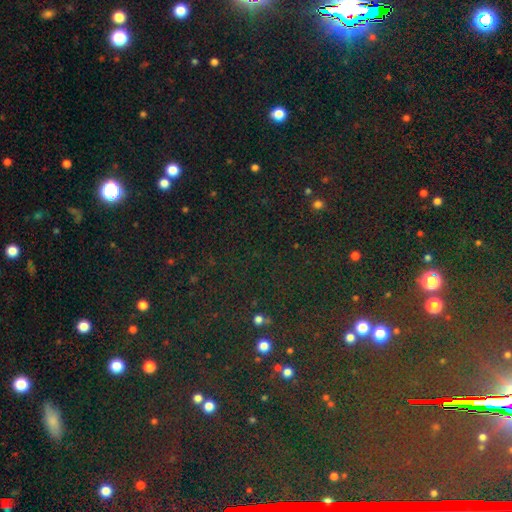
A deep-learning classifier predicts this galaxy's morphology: This is likely a star or artifact rather than a galaxy (78%).